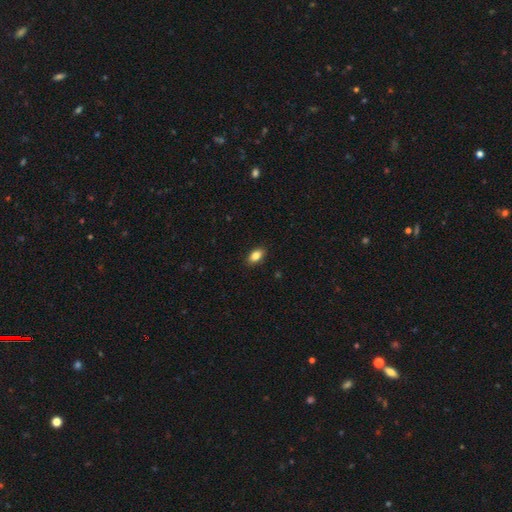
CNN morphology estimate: smooth_or_featured: smooth (p=0.85) [alt: star or artifact p=0.08]
how_rounded: in between (p=0.90) [alt: round p=0.07]
merging: none (p=0.89) [alt: minor disturbance p=0.08]